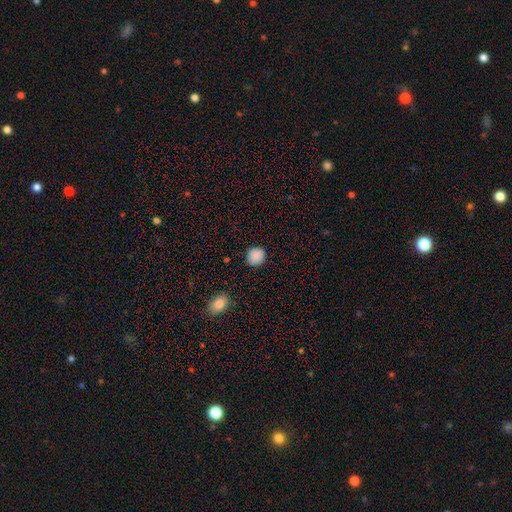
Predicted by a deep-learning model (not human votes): Overall: smooth (88%). How rounded: round (87%). Merging: none (86%).